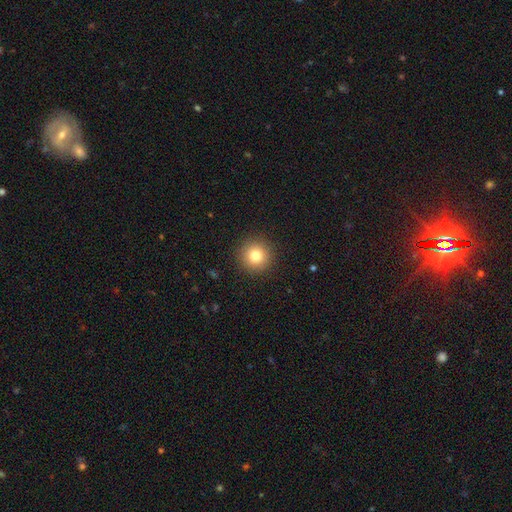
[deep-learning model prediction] Q: Smooth or featured?
A: smooth (79%); runner-up: star or artifact (12%)
Q: How rounded?
A: round (95%); runner-up: in between (4%)
Q: Merging?
A: none (92%); runner-up: minor disturbance (5%)